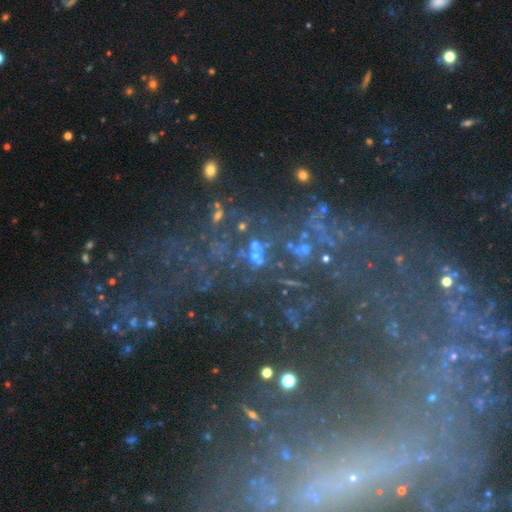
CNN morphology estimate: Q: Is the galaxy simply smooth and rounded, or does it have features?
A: star or artifact — 40%.